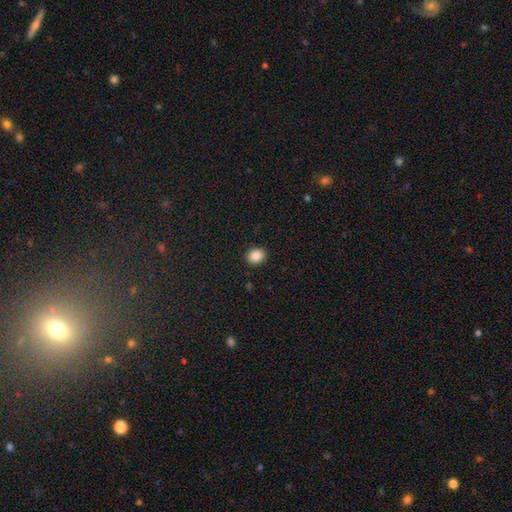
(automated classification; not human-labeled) Smooth or featured? Predicted: smooth (p=0.87). How rounded? Predicted: round (p=0.56). Merging? Predicted: none (p=0.90).